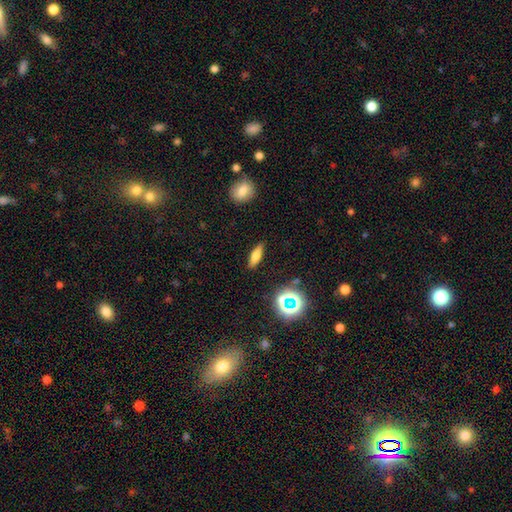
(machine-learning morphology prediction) A smooth galaxy with no disk features (63%) that is cigar-shaped (53%).

Vote fractions:
- Smooth or featured? smooth: 63% / featured or disk: 24% / star or artifact: 13%
- How rounded? cigar-shaped: 53% / in between: 42% / round: 5%
- Merging? none: 87% / minor disturbance: 8% / major disturbance: 2% / merger: 2%